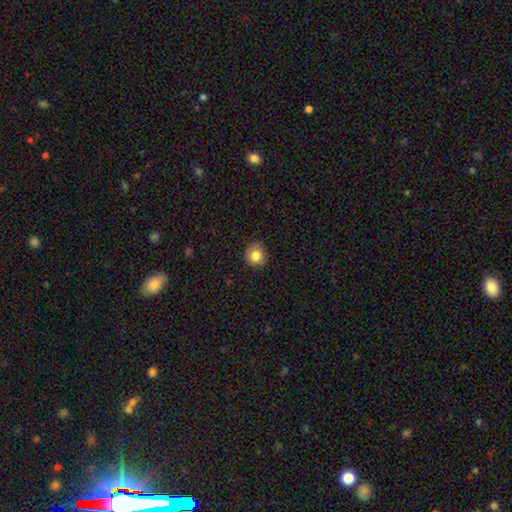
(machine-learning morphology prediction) This appears to be a smooth galaxy with no disk features (82%) that is round (85%). Merging: none (81%).